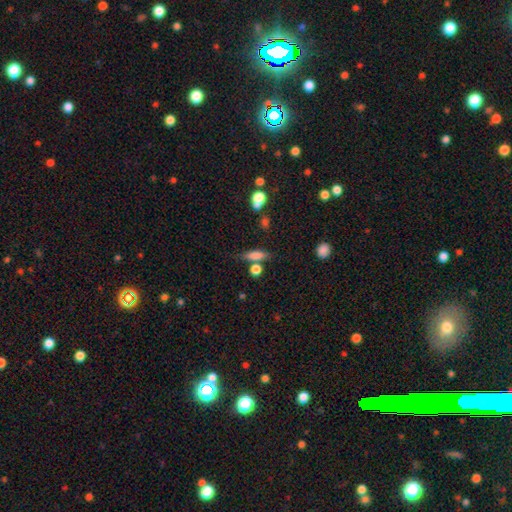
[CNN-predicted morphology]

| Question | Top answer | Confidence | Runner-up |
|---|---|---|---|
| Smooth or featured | smooth | 73% | featured or disk (17%) |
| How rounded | cigar-shaped | 49% | in between (44%) |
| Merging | none | 65% | merger (15%) |